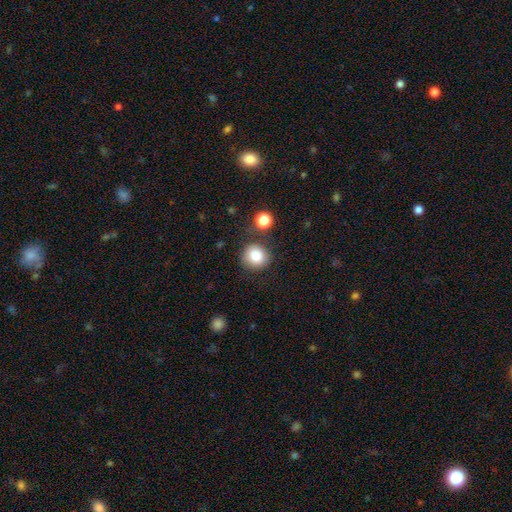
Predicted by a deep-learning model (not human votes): A smooth galaxy with no disk features (84%) that is round (88%).

Vote fractions:
- Smooth or featured? smooth: 84% / star or artifact: 10% / featured or disk: 6%
- How rounded? round: 88% / in between: 11% / cigar-shaped: 1%
- Merging? none: 80% / minor disturbance: 11% / merger: 6% / major disturbance: 3%